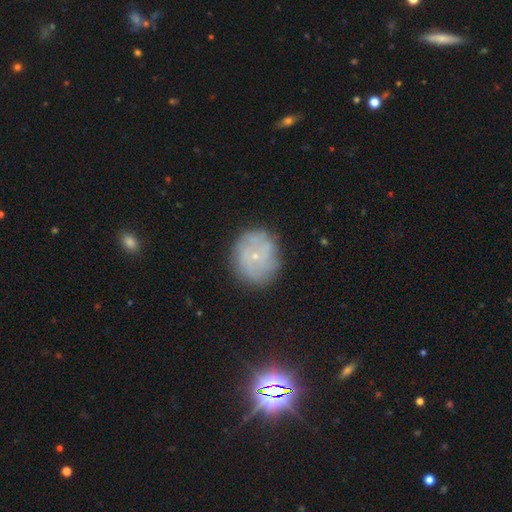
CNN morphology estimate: A featured or disk galaxy (55%) with no bar (81%), spiral arms (69%) and a small central bulge (84%). Merging: none (78%).